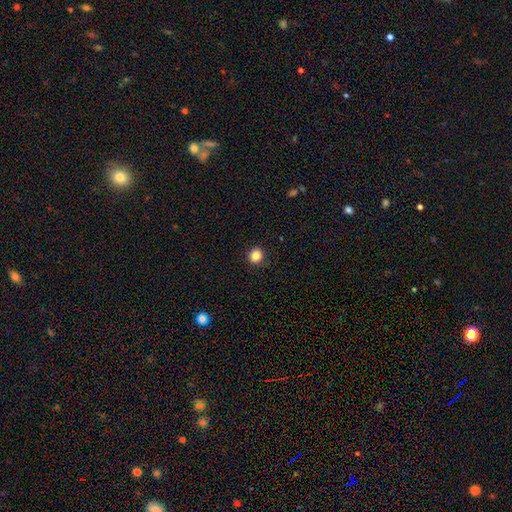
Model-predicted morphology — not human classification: The model was most divided on "smooth or featured": smooth: 85%, star or artifact: 11%, featured or disk: 4%. More confident: how rounded — round (92%); merging — none (91%).